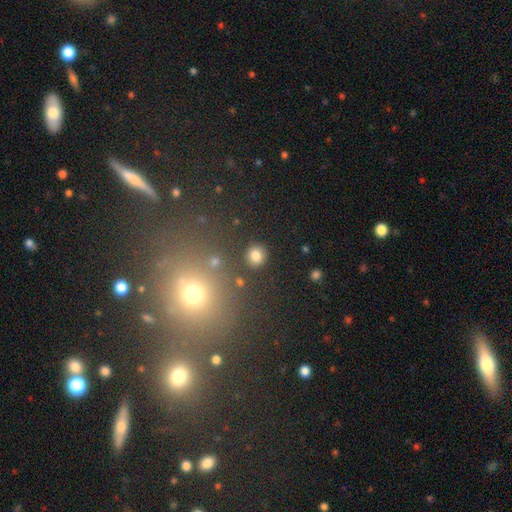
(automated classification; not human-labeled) smooth-or-featured: smooth: 82% | star or artifact: 12% | featured or disk: 6%
  how-rounded: round: 86% | in between: 13% | cigar-shaped: 1%
  merging: none: 88% | minor disturbance: 6% | merger: 3% | major disturbance: 3%